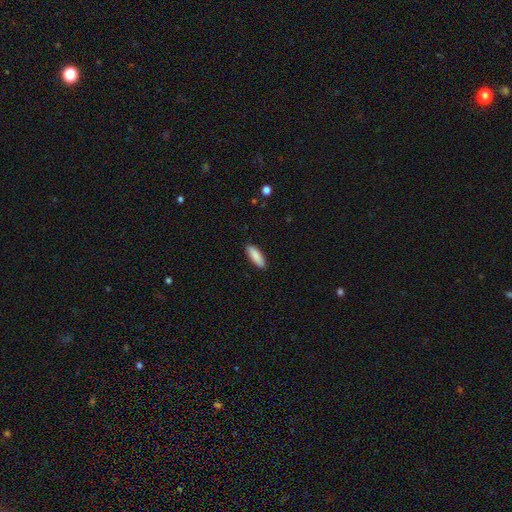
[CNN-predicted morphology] smooth 89%, star or artifact 6%, featured or disk 5%. Down the decision tree: how rounded — in between (57%); merging — none (89%).